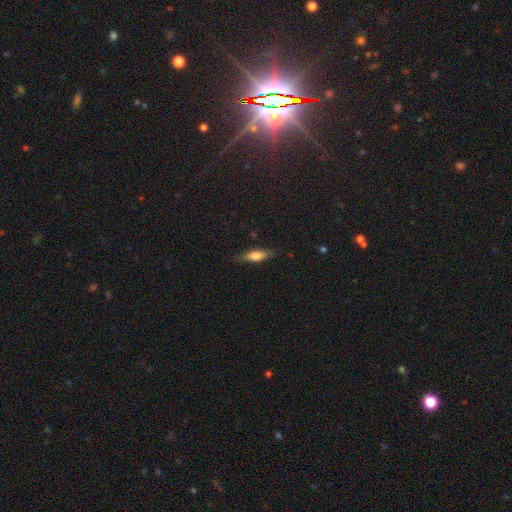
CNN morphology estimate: type=smooth (65%); roundness=in between (53%); merging=none (80%).